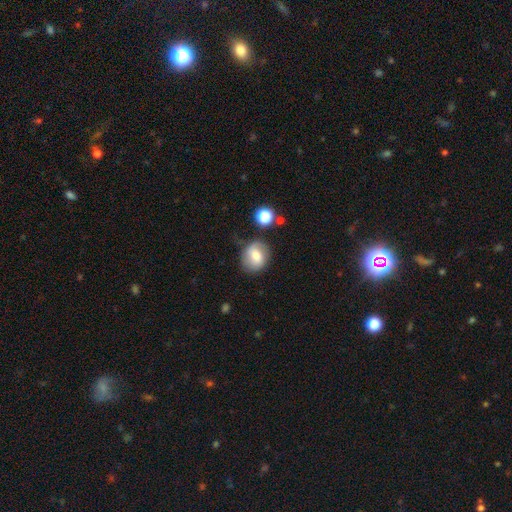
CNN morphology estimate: The model was most divided on "how rounded": round: 67%, in between: 31%, cigar-shaped: 1%. More confident: merging — none (72%); smooth or featured — smooth (66%).